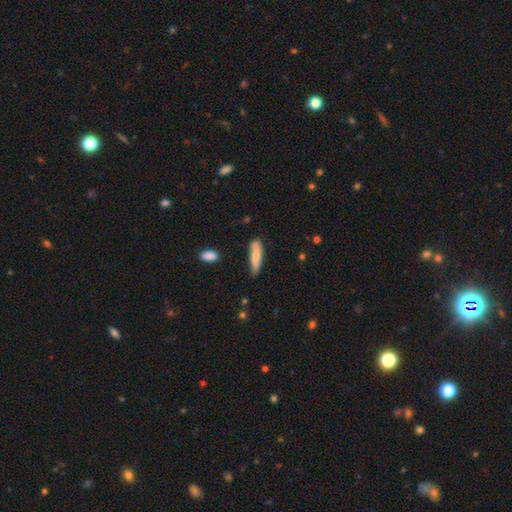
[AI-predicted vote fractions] Overall: smooth (77%). How rounded: cigar-shaped (67%; in between 31%). Merging: none (64%; minor disturbance 27%).